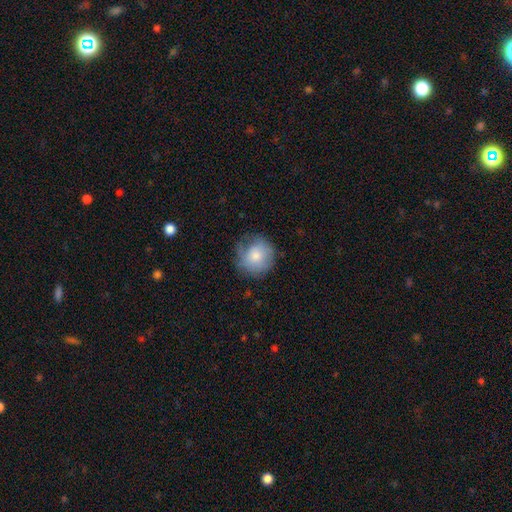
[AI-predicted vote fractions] A smooth galaxy with no disk features (76%) that is round (90%). Merging: none (65%).